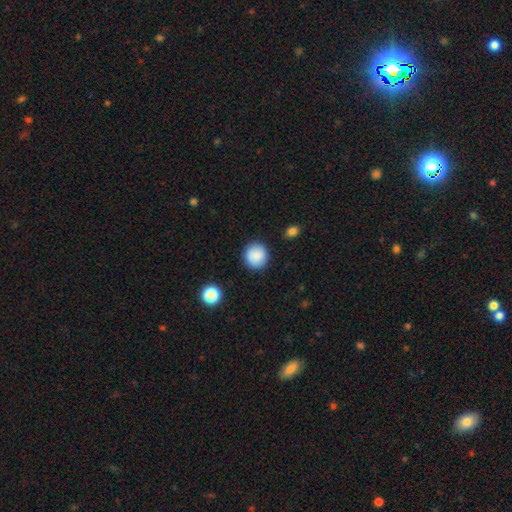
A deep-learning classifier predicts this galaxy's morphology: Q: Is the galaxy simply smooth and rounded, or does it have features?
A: smooth — 86%.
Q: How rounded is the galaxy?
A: round — 93%.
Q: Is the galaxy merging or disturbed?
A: none — 90%.